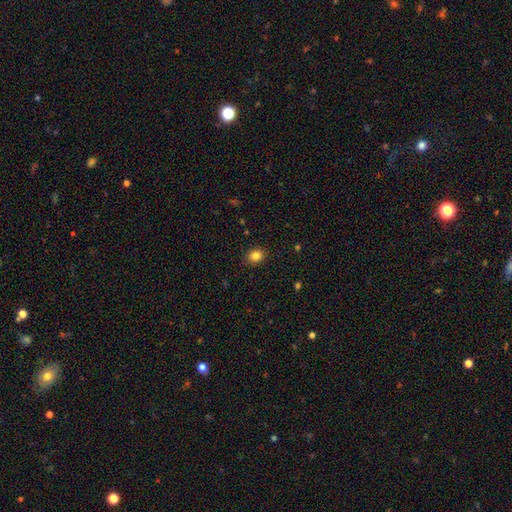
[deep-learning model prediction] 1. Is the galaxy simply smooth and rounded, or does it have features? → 84% smooth, 11% star or artifact, 5% featured or disk.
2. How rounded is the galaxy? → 70% round, 29% in between, 1% cigar-shaped.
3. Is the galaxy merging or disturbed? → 89% none, 8% minor disturbance, 2% major disturbance, 1% merger.